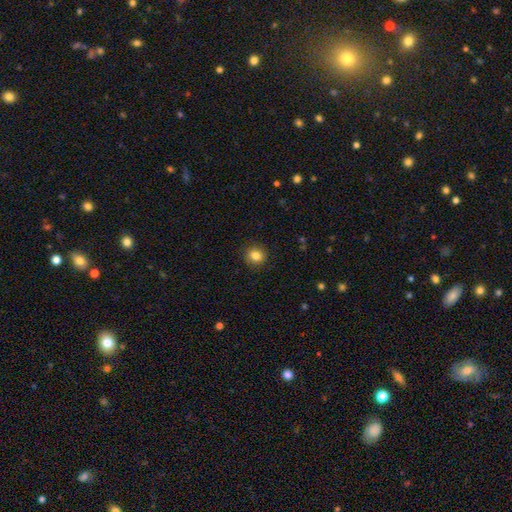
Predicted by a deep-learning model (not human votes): Smooth or featured?
  - smooth: 84% *
  - star or artifact: 10%
  - featured or disk: 6%
How rounded?
  - round: 83% *
  - in between: 16%
  - cigar-shaped: 1%
Merging?
  - none: 89% *
  - minor disturbance: 8%
  - major disturbance: 2%
  - merger: 1%